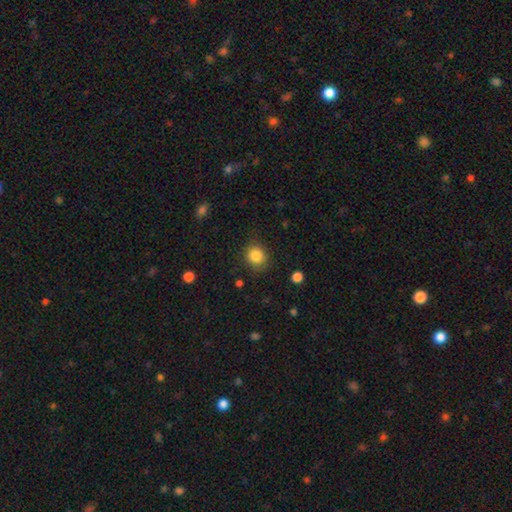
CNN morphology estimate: Smooth or featured? smooth (85%)
How rounded? round (81%)
Merging? none (84%)